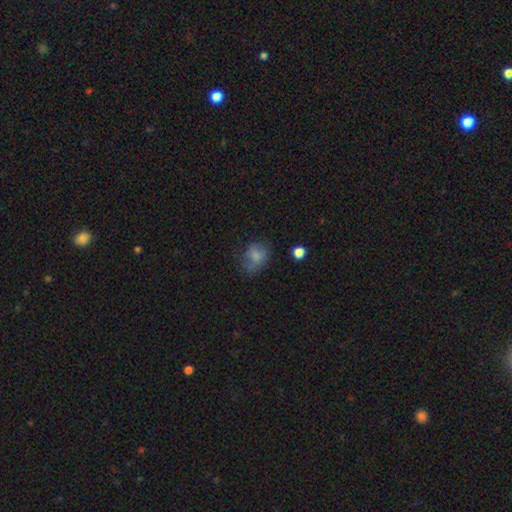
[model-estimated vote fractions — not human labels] This appears to be a smooth galaxy with no disk features (72%) that is in between round and cigar-shaped (53%). Merging: none (50%).